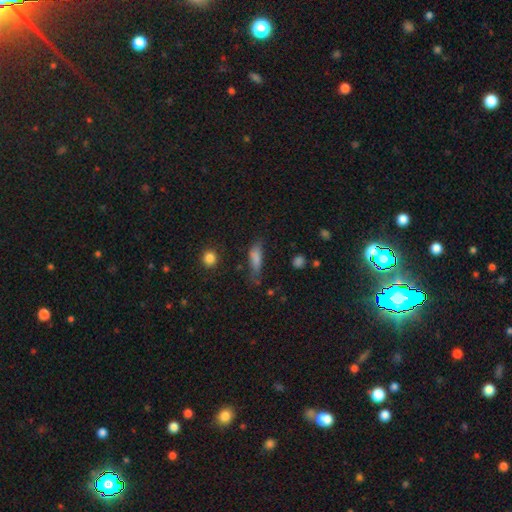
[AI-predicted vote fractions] smooth_or_featured: smooth (p=0.75) [alt: featured or disk p=0.14]
how_rounded: cigar-shaped (p=0.53) [alt: in between p=0.43]
merging: none (p=0.52) [alt: minor disturbance p=0.30]